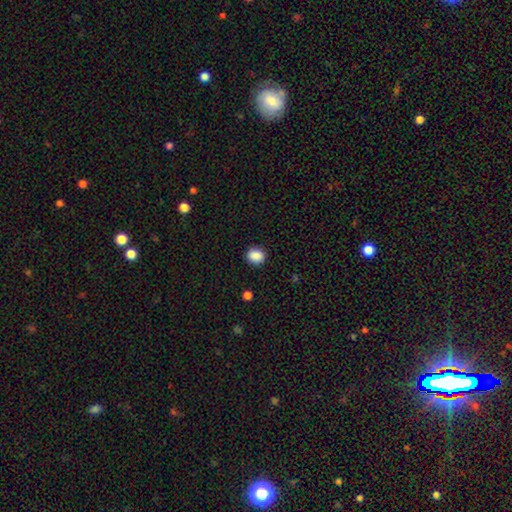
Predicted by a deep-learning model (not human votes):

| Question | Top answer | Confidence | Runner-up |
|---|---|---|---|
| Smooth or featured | smooth | 88% | star or artifact (9%) |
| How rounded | round | 65% | in between (34%) |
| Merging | none | 88% | minor disturbance (9%) |